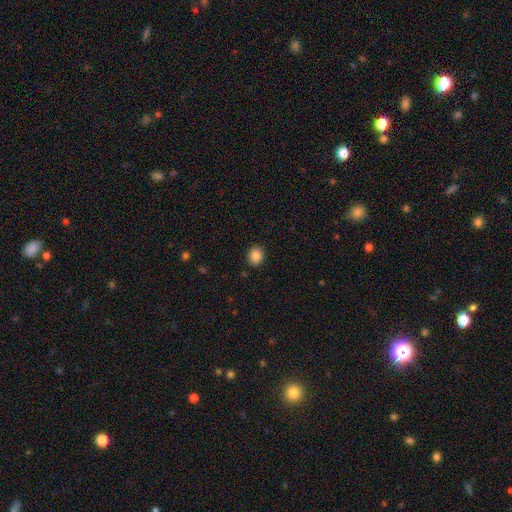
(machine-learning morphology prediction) Smooth or featured: smooth — 86% (star or artifact — 9%)
How rounded: round — 66% (in between — 33%)
Merging: none — 89% (minor disturbance — 8%)